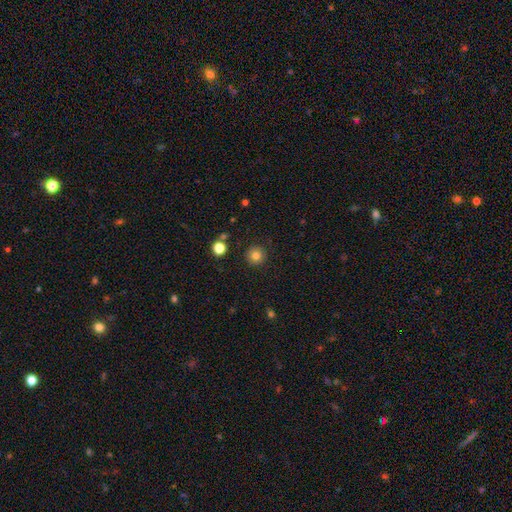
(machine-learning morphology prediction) Smooth or featured?
  - smooth: 81% *
  - star or artifact: 12%
  - featured or disk: 7%
How rounded?
  - round: 95% *
  - in between: 4%
  - cigar-shaped: 1%
Merging?
  - none: 91% *
  - minor disturbance: 6%
  - major disturbance: 2%
  - merger: 1%